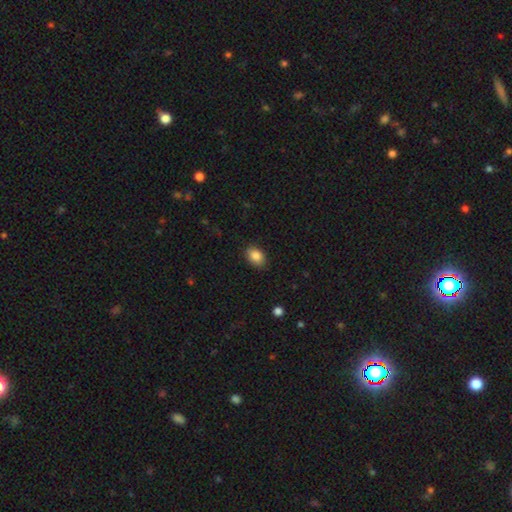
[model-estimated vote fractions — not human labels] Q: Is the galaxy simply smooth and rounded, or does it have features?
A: smooth — 87%.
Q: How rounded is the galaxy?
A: in between — 79%.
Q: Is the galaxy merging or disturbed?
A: none — 86%.